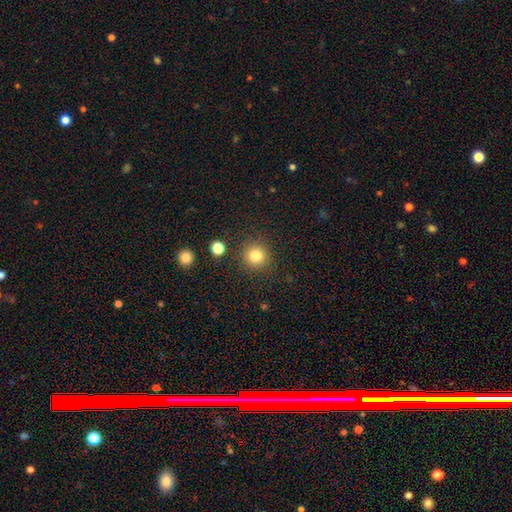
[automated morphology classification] The model was most divided on "smooth or featured": smooth: 81%, star or artifact: 12%, featured or disk: 6%. More confident: how rounded — round (94%); merging — none (89%).